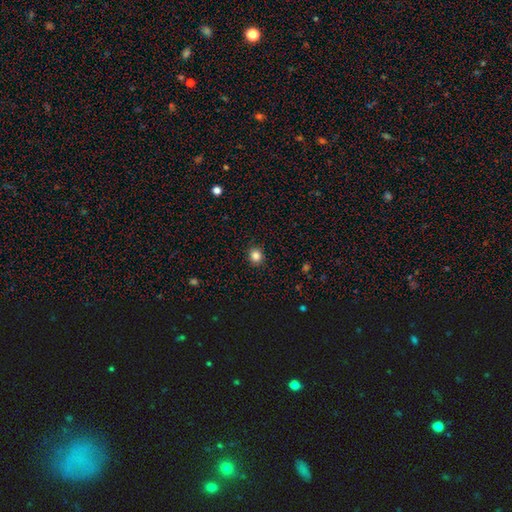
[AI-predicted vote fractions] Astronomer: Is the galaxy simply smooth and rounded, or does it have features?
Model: smooth — 84%.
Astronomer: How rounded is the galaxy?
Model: round — 81%.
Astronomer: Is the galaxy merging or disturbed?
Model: none — 91%.